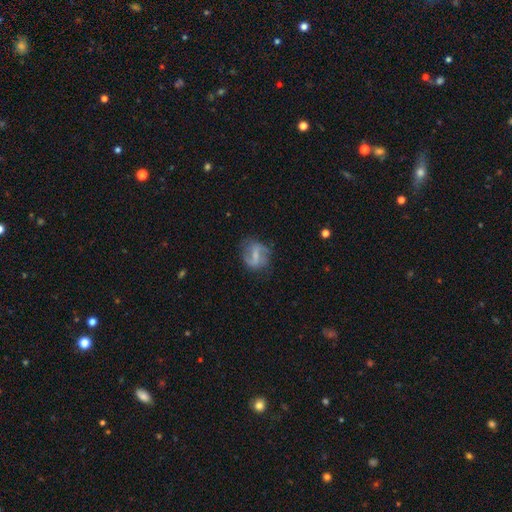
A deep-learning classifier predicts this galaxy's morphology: Smooth or featured?
  - featured or disk: 68% *
  - smooth: 25%
  - star or artifact: 7%
Edge-on disk?
  - no: 97% *
  - yes: 3%
Bar?
  - weak: 48% *
  - strong: 34%
  - no: 17%
Spiral arms?
  - yes: 84% *
  - no: 16%
Spiral winding?
  - loose: 49% *
  - medium: 37%
  - tight: 13%
Spiral arm count?
  - 2: 83% *
  - can't tell: 9%
  - 1: 5%
  - 3: 2%
  - 4: 1%
  - more than 4: 1%
Bulge size?
  - small: 45% *
  - none: 28%
  - moderate: 23%
  - large: 2%
  - dominant: 1%
Merging?
  - none: 68% *
  - minor disturbance: 20%
  - major disturbance: 10%
  - merger: 2%